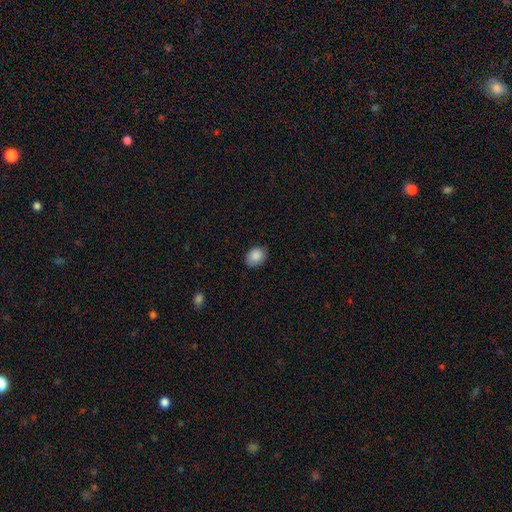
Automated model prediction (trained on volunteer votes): smooth_or_featured: smooth (p=0.87) [alt: star or artifact p=0.08]
how_rounded: in between (p=0.64) [alt: round p=0.35]
merging: none (p=0.82) [alt: minor disturbance p=0.14]